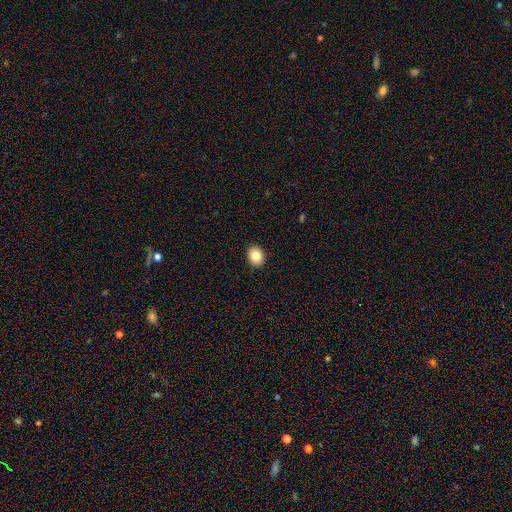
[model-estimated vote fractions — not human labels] smooth_or_featured: smooth (p=0.86) [alt: star or artifact p=0.08]
how_rounded: in between (p=0.59) [alt: round p=0.40]
merging: none (p=0.91) [alt: minor disturbance p=0.07]